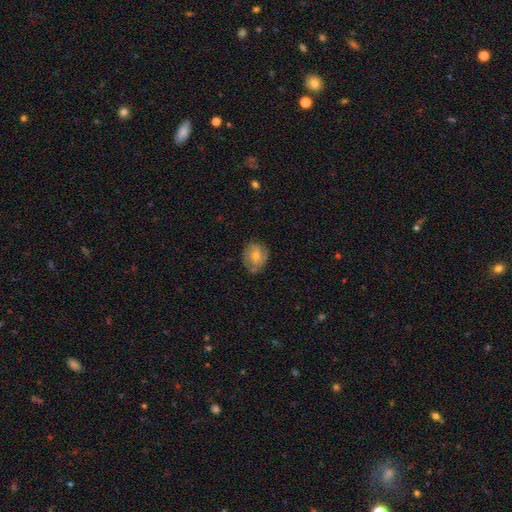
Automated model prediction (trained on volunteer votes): Q: Smooth or featured?
A: smooth (46%); runner-up: featured or disk (44%)
Q: Merging?
A: none (76%); runner-up: minor disturbance (18%)